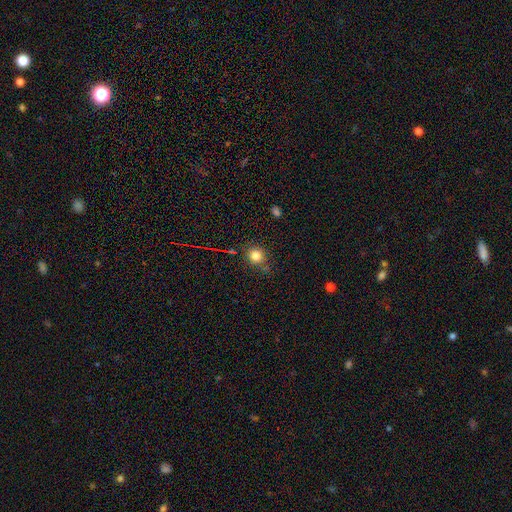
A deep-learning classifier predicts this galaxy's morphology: This appears to be a smooth galaxy with no disk features (79%) that is round (87%). Merging: none (76%).